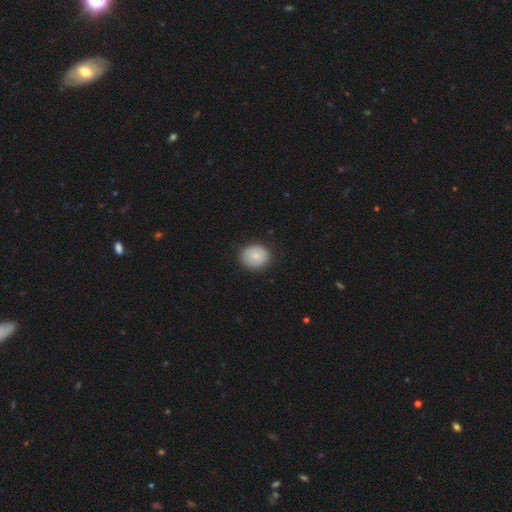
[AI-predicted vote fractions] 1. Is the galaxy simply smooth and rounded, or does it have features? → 81% smooth, 11% featured or disk, 8% star or artifact.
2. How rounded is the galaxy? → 72% round, 27% in between, 1% cigar-shaped.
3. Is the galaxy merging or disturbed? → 87% none, 10% minor disturbance, 2% major disturbance, 1% merger.